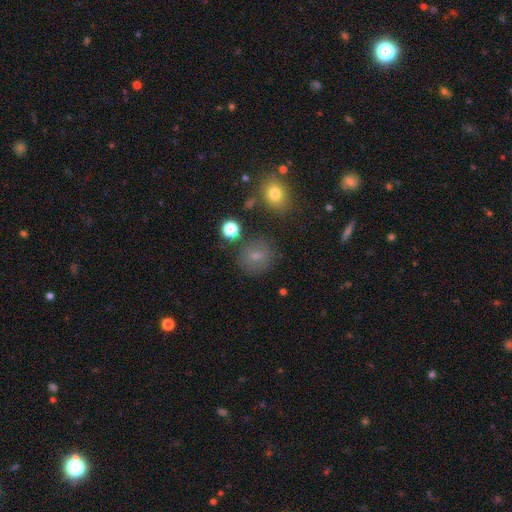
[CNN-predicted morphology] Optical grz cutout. It shows a smooth galaxy with no disk features (73%) that is round (83%). Merging: none (80%).